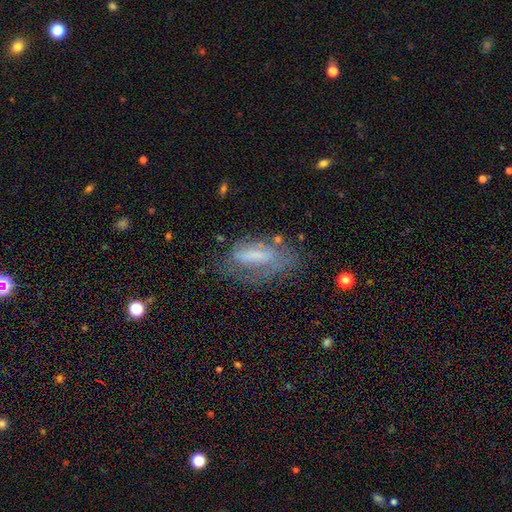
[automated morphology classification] The model was most divided on "smooth or featured": featured or disk: 52%, smooth: 38%, star or artifact: 10%. Remaining: edge-on disk — no (88%); merging — none (47%).